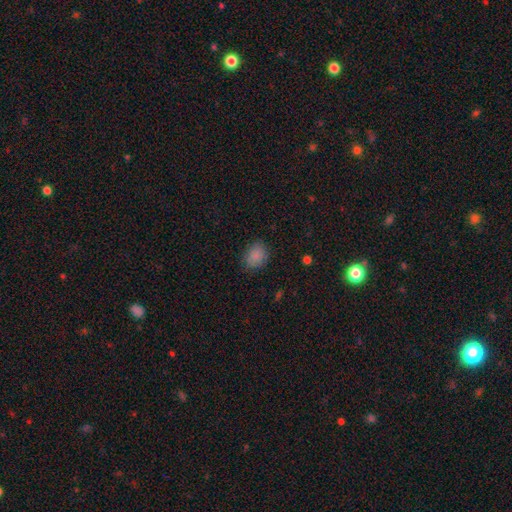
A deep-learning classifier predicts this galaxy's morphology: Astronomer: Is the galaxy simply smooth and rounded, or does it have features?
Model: smooth — 86%.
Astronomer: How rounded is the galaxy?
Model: in between — 56% (runner-up: round, 43%).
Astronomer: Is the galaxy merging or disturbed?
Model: none — 82%.